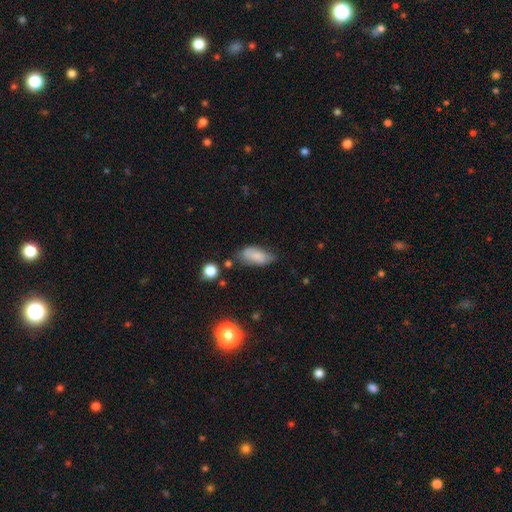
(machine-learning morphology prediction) Smooth or featured? Predicted: smooth (p=0.77). How rounded? Predicted: in between (p=0.88). Merging? Predicted: none (p=0.53).